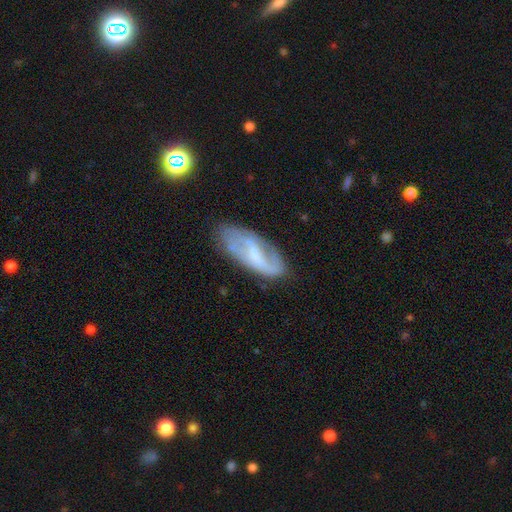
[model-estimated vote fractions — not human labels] Overall: featured or disk (60%; smooth 30%). Edge-on disk: no (84%). Bar: weak (42%; no 35%). Spiral arms: yes (76%). Bulge size: small (39%; none 30%). Merging: none (71%).